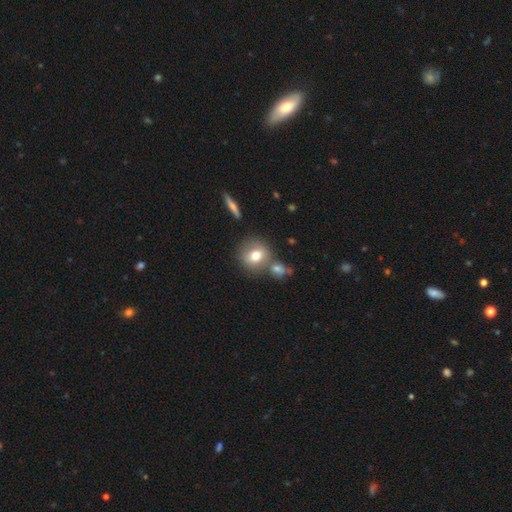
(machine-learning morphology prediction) Overall: smooth (65%). How rounded: round (83%). Merging: none (64%).